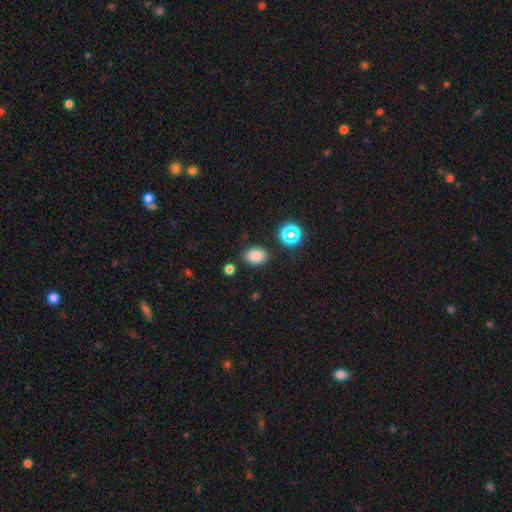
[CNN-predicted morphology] A smooth galaxy with no disk features (81%) that is in between round and cigar-shaped (73%). Merging: none (82%).